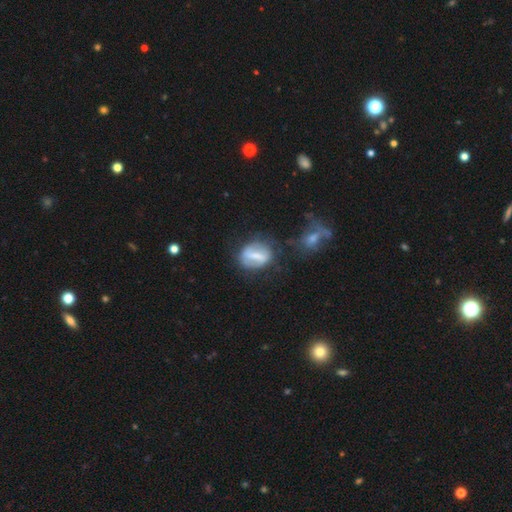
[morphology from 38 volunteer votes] Overall: smooth (47%; featured or disk 45%). How rounded: in between (61%; round 39%). Merging: none (49%; minor disturbance 26%).